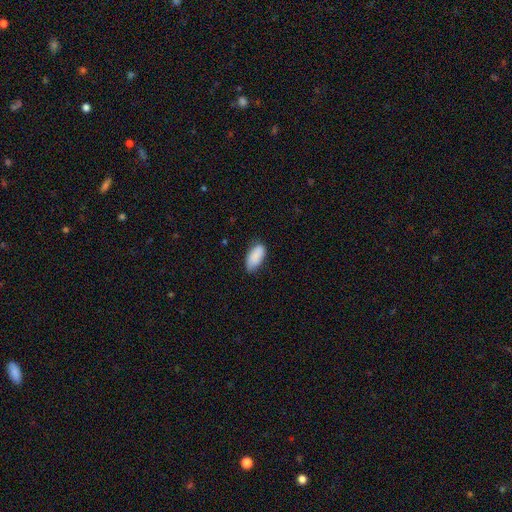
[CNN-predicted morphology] This is clearly a smooth galaxy (87%). How rounded: clearly in between (93%). Merging: likely none (69%).